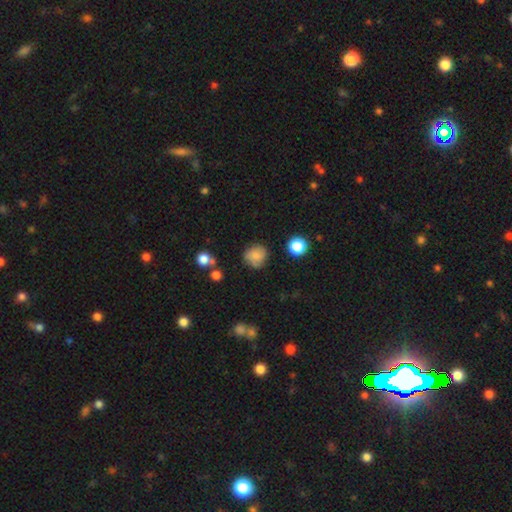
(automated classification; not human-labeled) smooth 73%, featured or disk 17%, star or artifact 10%. Down the decision tree: how rounded — round (83%); merging — none (69%).